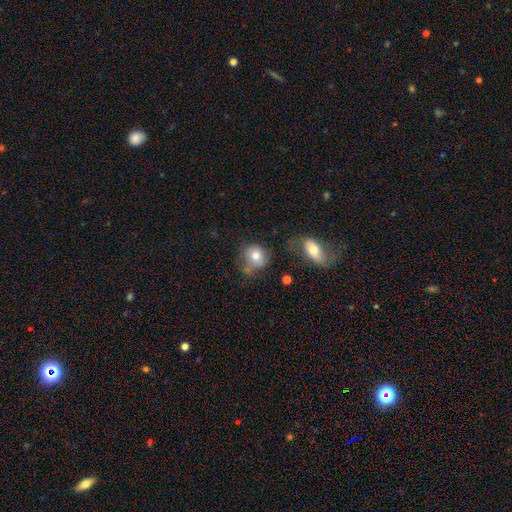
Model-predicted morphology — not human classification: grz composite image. It shows a smooth galaxy with no disk features (75%) that is round (74%). Merging: none (52%).